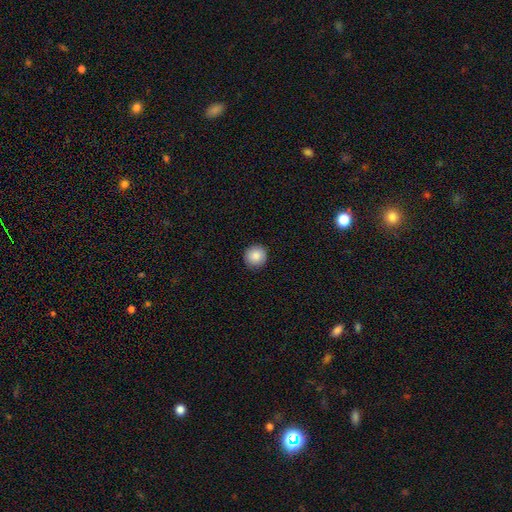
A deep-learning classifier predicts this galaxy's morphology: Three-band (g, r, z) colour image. It shows a smooth galaxy with no disk features (87%) that is round (94%). Merging: none (92%).